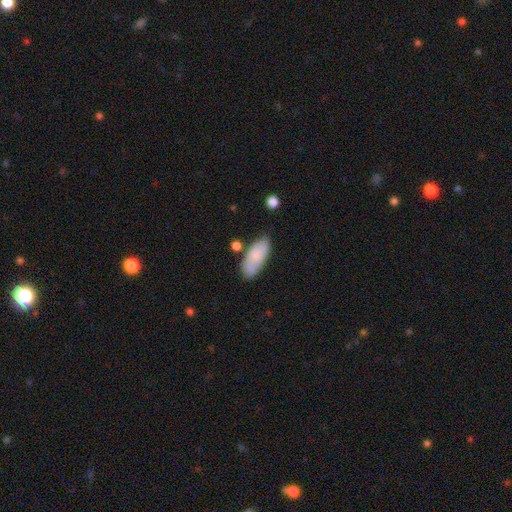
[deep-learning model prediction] This appears to be a smooth galaxy with no disk features (78%) that is in between round and cigar-shaped (85%). Merging: none (67%).